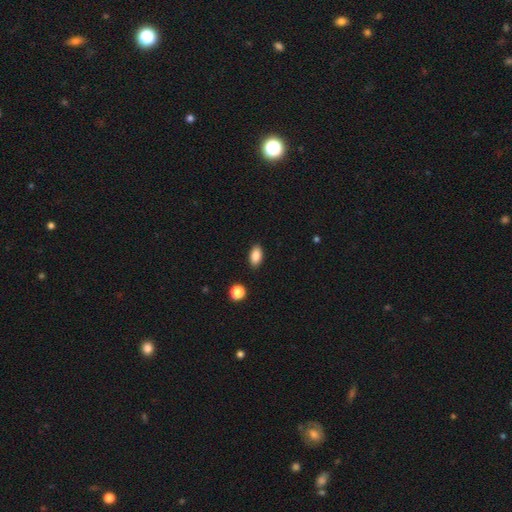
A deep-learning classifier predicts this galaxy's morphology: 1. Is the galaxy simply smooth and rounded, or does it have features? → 87% smooth, 8% star or artifact, 4% featured or disk.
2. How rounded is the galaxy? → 91% in between, 5% round, 3% cigar-shaped.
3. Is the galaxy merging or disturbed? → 88% none, 8% minor disturbance, 2% major disturbance, 2% merger.